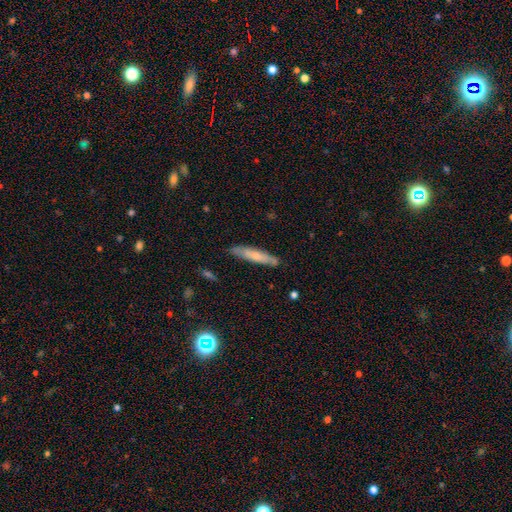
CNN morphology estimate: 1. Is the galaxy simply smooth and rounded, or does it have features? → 58% smooth, 35% featured or disk, 7% star or artifact.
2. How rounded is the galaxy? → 88% cigar-shaped, 10% in between, 1% round.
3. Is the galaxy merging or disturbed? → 80% none, 14% minor disturbance, 3% major disturbance, 2% merger.